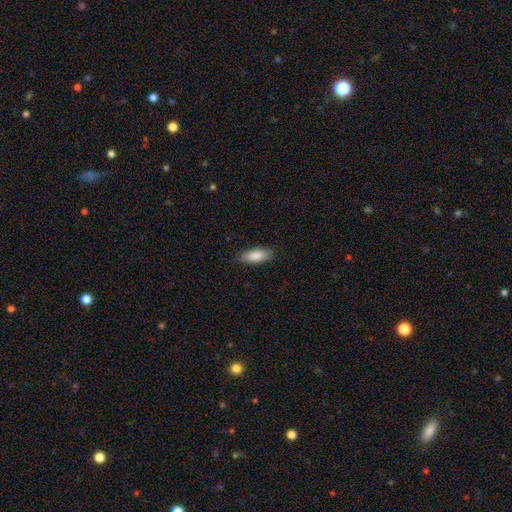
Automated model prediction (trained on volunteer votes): Smooth or featured? Predicted: smooth (p=0.86). How rounded? Predicted: in between (p=0.77). Merging? Predicted: none (p=0.82).